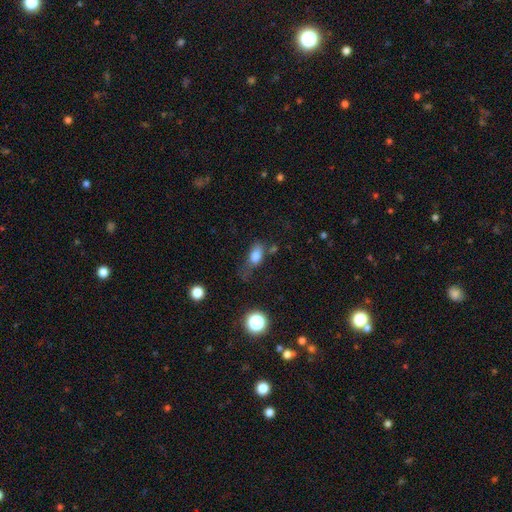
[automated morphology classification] A smooth galaxy with no disk features (78%) that is in between round and cigar-shaped (80%). Merging: none (41%).